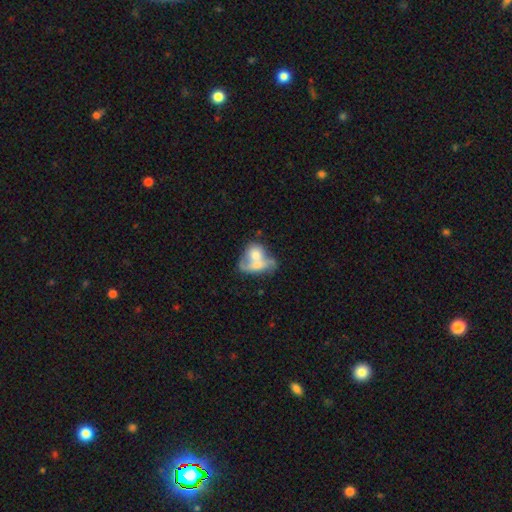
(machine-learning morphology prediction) smooth 58%, featured or disk 34%, star or artifact 8%. Down the decision tree: how rounded — in between (67%); merging — merger (63%).